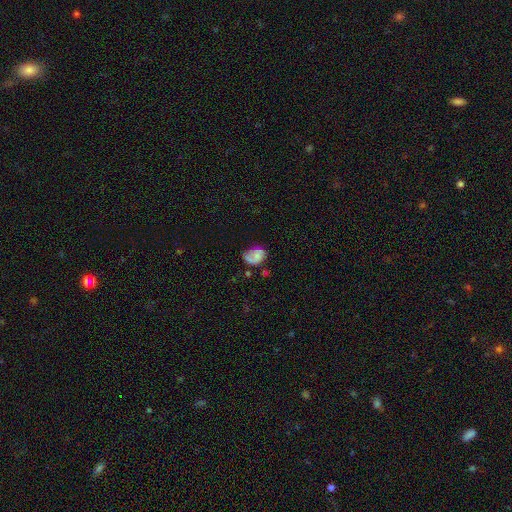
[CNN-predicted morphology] Q: Smooth or featured?
A: smooth (49%); runner-up: featured or disk (41%)
Q: Merging?
A: none (44%); runner-up: minor disturbance (33%)